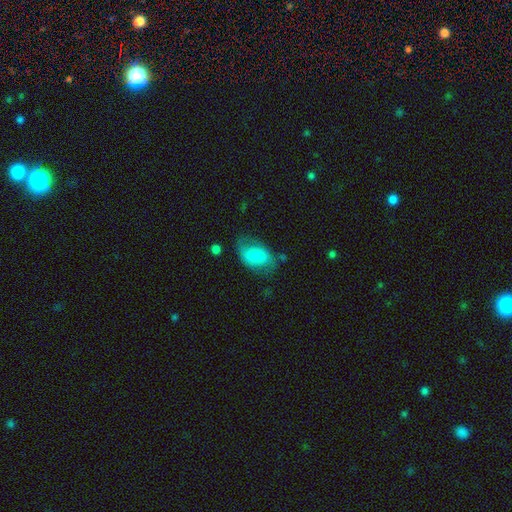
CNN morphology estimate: A smooth galaxy with no disk features (66%) that is in between round and cigar-shaped (88%).

Vote fractions:
- Smooth or featured? smooth: 66% / featured or disk: 27% / star or artifact: 7%
- How rounded? in between: 88% / round: 11% / cigar-shaped: 1%
- Merging? none: 56% / minor disturbance: 27% / major disturbance: 14% / merger: 3%